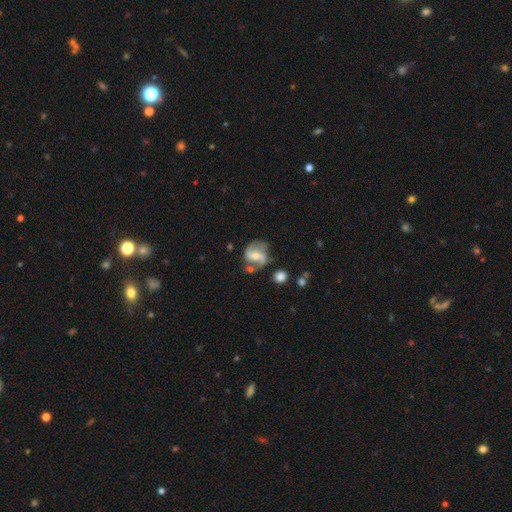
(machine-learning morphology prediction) This is likely a featured or disk galaxy (75%). It is clearly not viewed edge-on (97%). Bar: marginally weak (40%). Spiral arm pattern: clearly yes (90%). Spiral arm count: clearly 2 (85%). Spiral winding: marginally loose (43%, tied with medium). Central bulge: possibly moderate (46%). Merging: possibly none (55%).